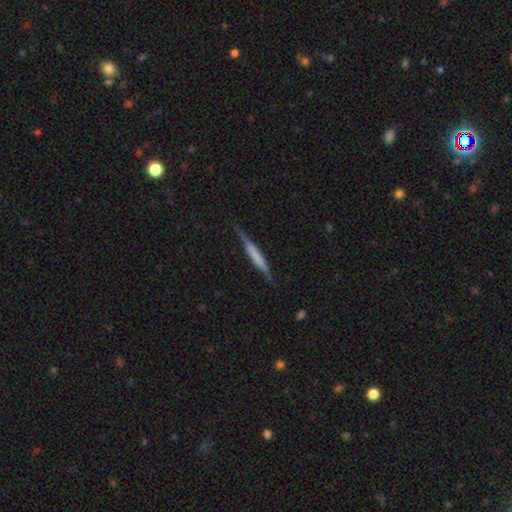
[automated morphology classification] A featured or disk galaxy (52%) viewed edge-on (96%) with no central bulge (57%). Merging: none (82%).